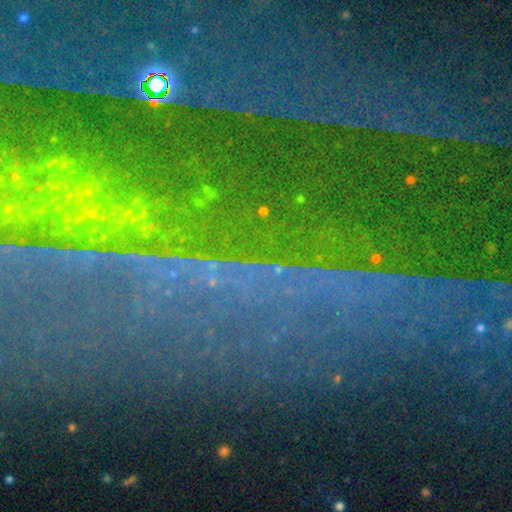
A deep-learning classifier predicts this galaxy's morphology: type=star or artifact (83%).